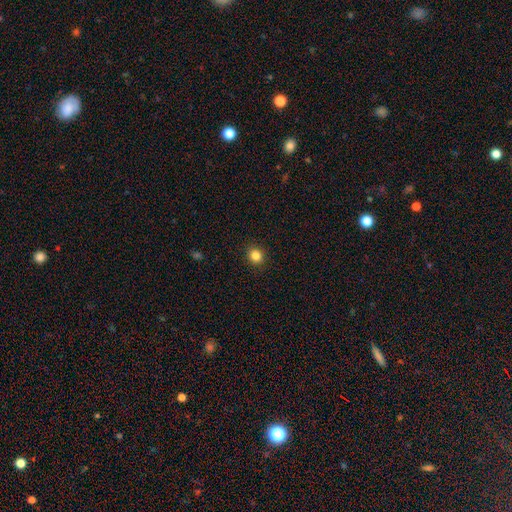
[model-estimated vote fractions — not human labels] smooth 84%, star or artifact 12%, featured or disk 4%. Down the decision tree: how rounded — round (85%); merging — none (92%).